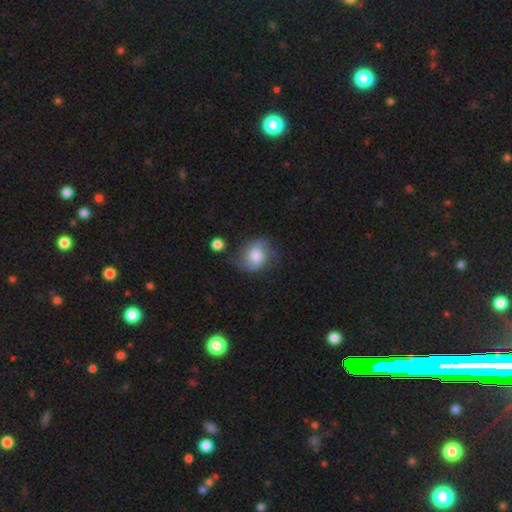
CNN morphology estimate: Smooth or featured? featured or disk (48%)
Merging? none (58%)